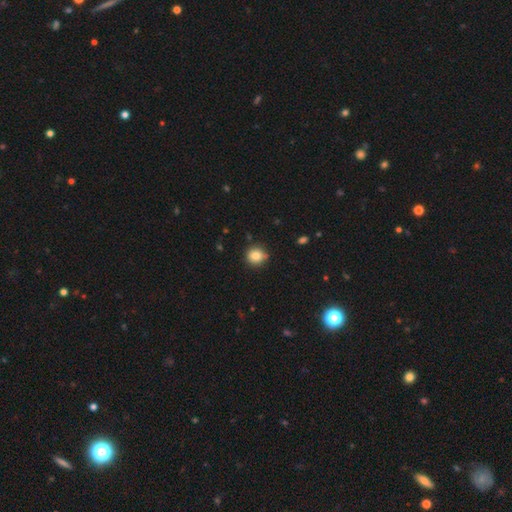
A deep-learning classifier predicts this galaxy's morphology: smooth-or-featured: smooth: 83% | star or artifact: 10% | featured or disk: 7%
  how-rounded: round: 87% | in between: 12% | cigar-shaped: 1%
  merging: none: 81% | minor disturbance: 14% | major disturbance: 2% | merger: 2%